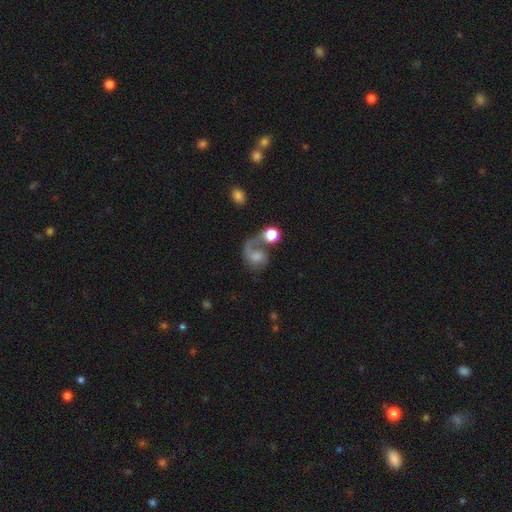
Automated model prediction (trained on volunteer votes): A featured or disk galaxy (56%) with no bar (70%), spiral arms (84%) and a small central bulge (28%, tied with moderate).

Vote fractions:
- Smooth or featured? featured or disk: 56% / smooth: 34% / star or artifact: 10%
- Edge-on disk? no: 98% / yes: 2%
- Bar? no: 70% / weak: 25% / strong: 5%
- Spiral arms? yes: 84% / no: 16%
- Bulge size? small: 28% (tied) / moderate: 28% (tied) / none: 27% / large: 13% / dominant: 4%
- Merging? major disturbance: 37% / none: 28% / merger: 21% / minor disturbance: 14%